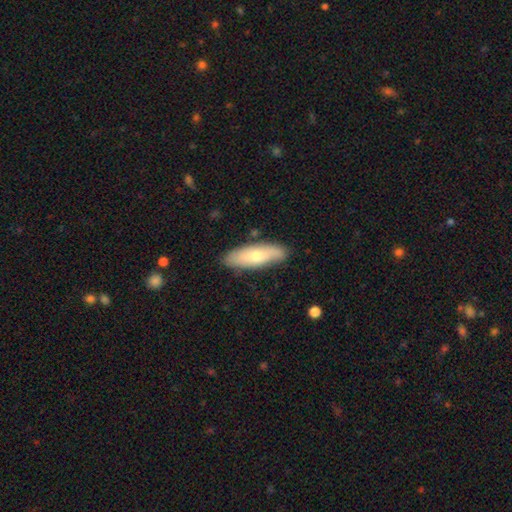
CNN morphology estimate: Smooth or featured? smooth (64%)
How rounded? in between (53%)
Merging? none (83%)